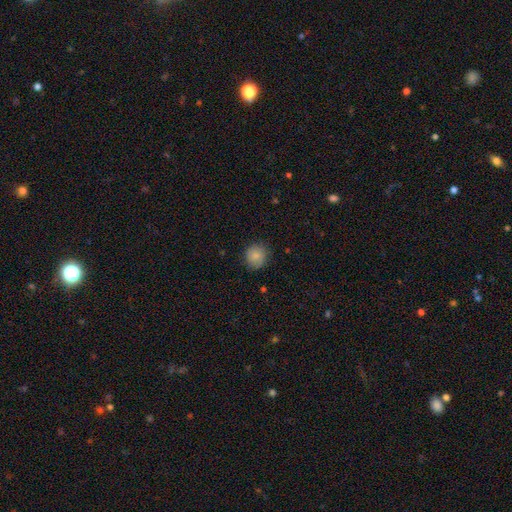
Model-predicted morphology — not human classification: Smooth or featured? smooth (84%)
How rounded? round (89%)
Merging? none (84%)